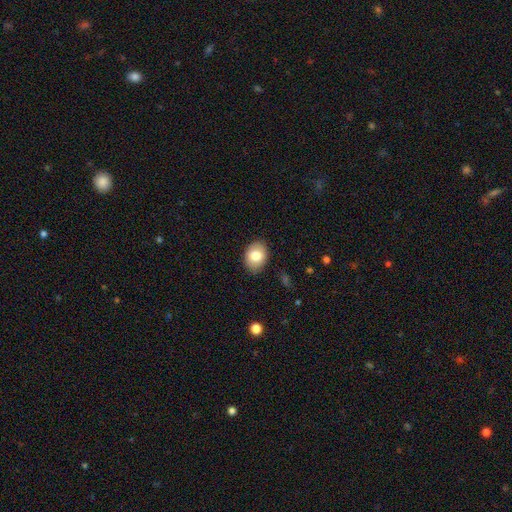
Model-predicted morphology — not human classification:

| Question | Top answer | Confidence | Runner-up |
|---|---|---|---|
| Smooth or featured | smooth | 81% | featured or disk (12%) |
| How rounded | in between | 69% | round (30%) |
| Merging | none | 86% | minor disturbance (11%) |